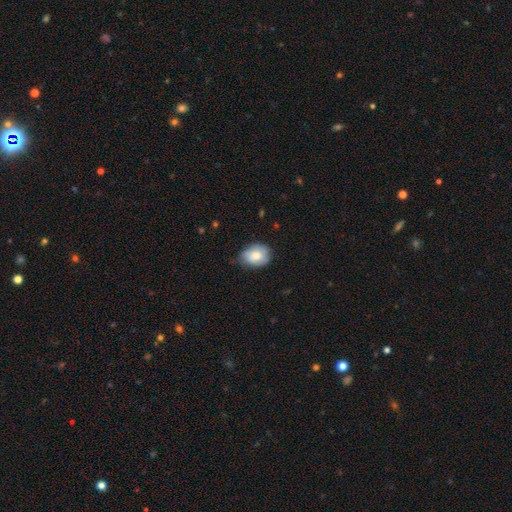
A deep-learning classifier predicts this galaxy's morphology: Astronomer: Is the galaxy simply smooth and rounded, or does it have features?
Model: smooth — 73%.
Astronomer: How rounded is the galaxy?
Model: in between — 55% (runner-up: round, 44%).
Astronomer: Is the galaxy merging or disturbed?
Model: none — 56% (runner-up: minor disturbance, 36%).